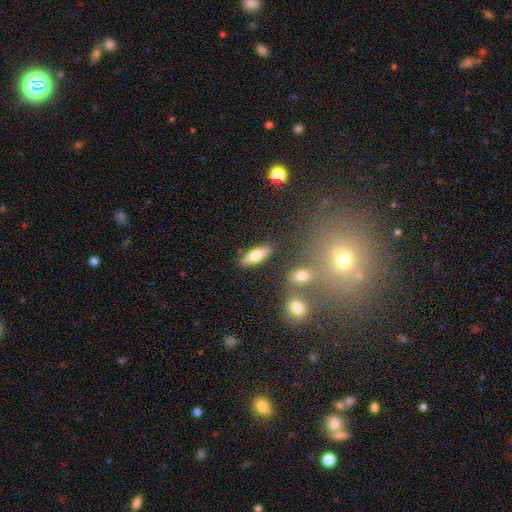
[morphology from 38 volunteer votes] Overall: smooth (68%; featured or disk 32%). How rounded: in between (73%). Merging: none (84%).